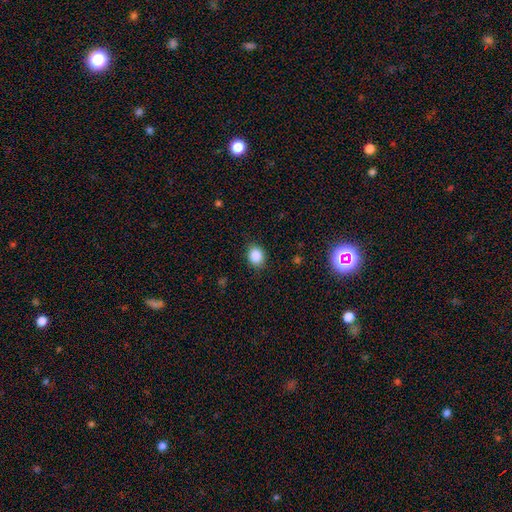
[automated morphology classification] Smooth or featured?
  - smooth: 86% *
  - star or artifact: 10%
  - featured or disk: 5%
How rounded?
  - round: 56% *
  - in between: 43%
  - cigar-shaped: 1%
Merging?
  - none: 86% *
  - minor disturbance: 10%
  - major disturbance: 3%
  - merger: 1%